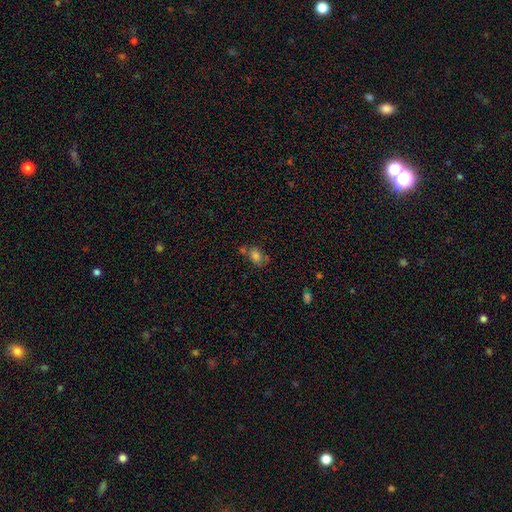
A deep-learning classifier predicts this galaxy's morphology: The model was most divided on "merging": none: 48%, merger: 26%, minor disturbance: 18%, major disturbance: 7%. More confident: smooth or featured — smooth (76%); how rounded — in between (70%).